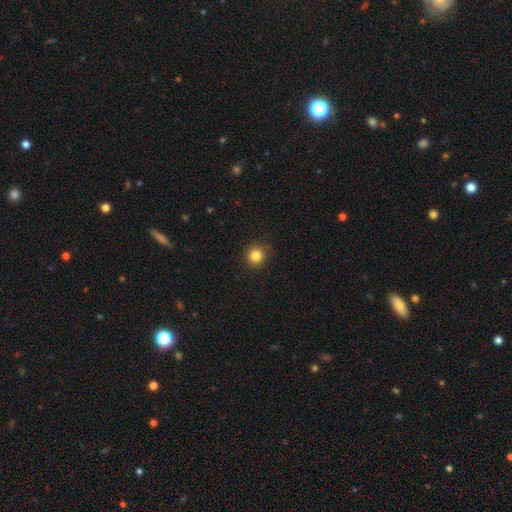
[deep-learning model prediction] Smooth or featured?
  - smooth: 84% *
  - star or artifact: 12%
  - featured or disk: 5%
How rounded?
  - round: 91% *
  - in between: 8%
  - cigar-shaped: 1%
Merging?
  - none: 90% *
  - minor disturbance: 7%
  - major disturbance: 2%
  - merger: 1%